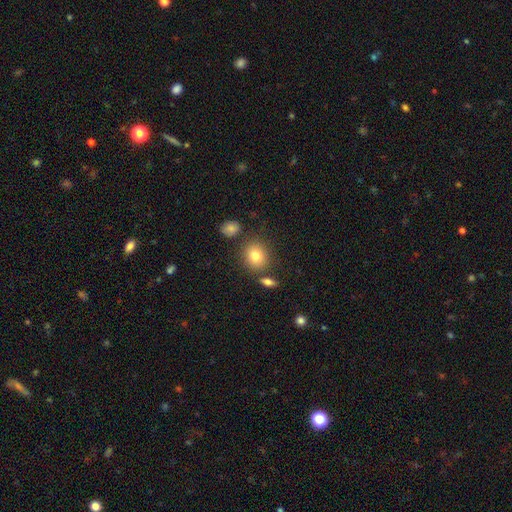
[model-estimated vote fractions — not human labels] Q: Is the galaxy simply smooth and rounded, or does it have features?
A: smooth — 80%.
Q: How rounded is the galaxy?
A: round — 76%.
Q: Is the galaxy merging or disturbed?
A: none — 80%.